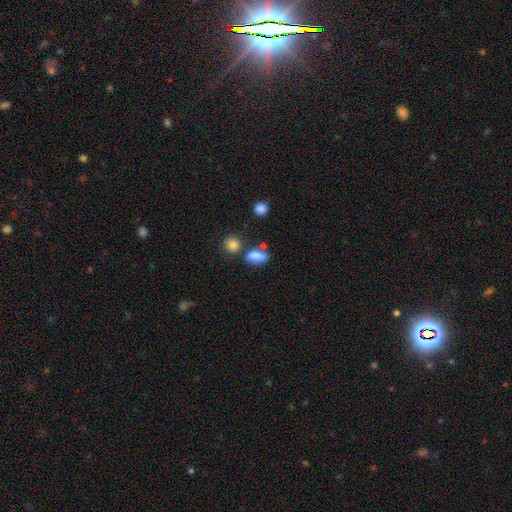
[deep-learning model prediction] Morphology: type=smooth (80%); roundness=in between (77%); merging=none (54%).